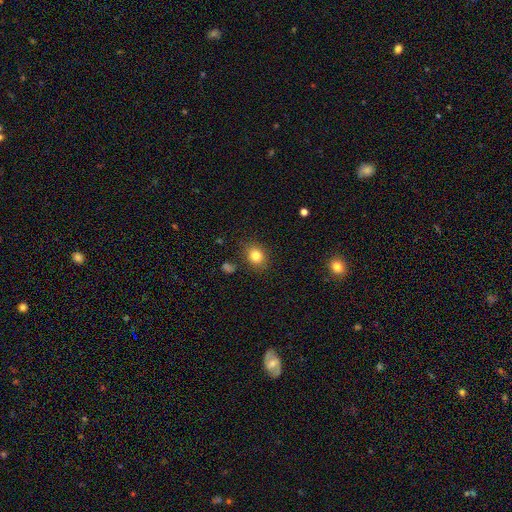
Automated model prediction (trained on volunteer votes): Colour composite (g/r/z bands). It shows a smooth galaxy with no disk features (82%) that is round (51%). Merging: none (84%).